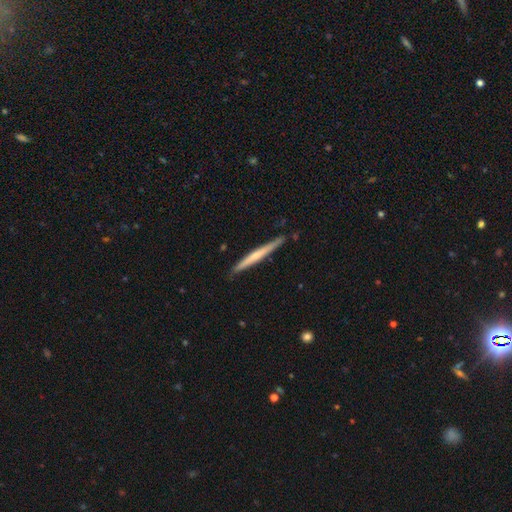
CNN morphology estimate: Overall: featured or disk (52%; smooth 43%). Edge-on disk: yes (97%). Edge-on bulge: none (56%; rounded 37%). Merging: none (86%).